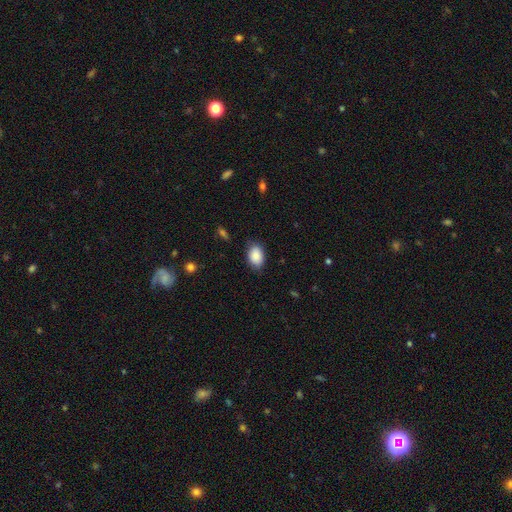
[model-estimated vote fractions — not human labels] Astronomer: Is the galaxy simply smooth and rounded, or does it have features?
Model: smooth — 88%.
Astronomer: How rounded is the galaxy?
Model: in between — 85%.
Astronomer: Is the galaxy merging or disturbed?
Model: none — 81%.